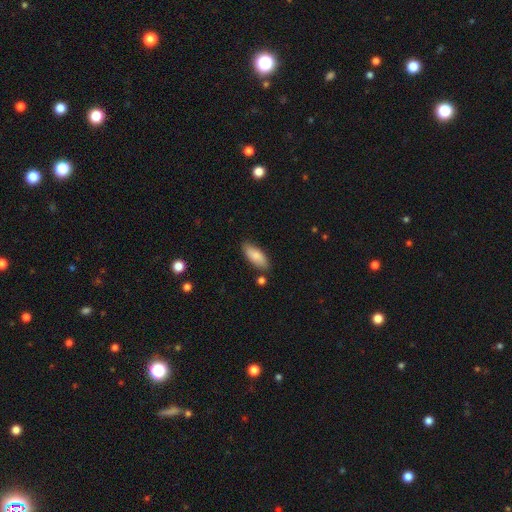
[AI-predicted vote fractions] A smooth galaxy with no disk features (84%) that is in between round and cigar-shaped (79%).

Vote fractions:
- Smooth or featured? smooth: 84% / featured or disk: 9% / star or artifact: 6%
- How rounded? in between: 79% / cigar-shaped: 19% / round: 2%
- Merging? none: 81% / minor disturbance: 13% / merger: 4% / major disturbance: 2%